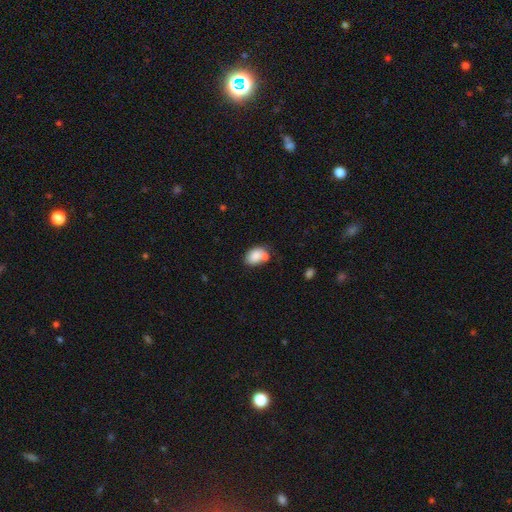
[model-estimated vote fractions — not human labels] Smooth or featured? smooth (81%)
How rounded? in between (80%)
Merging? none (42%)